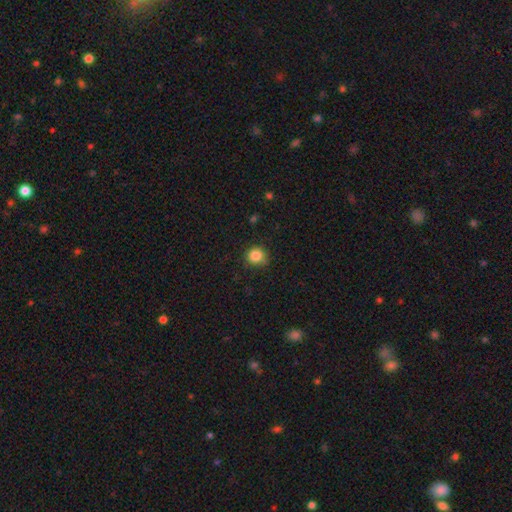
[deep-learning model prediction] Smooth or featured?
  - smooth: 85% *
  - star or artifact: 11%
  - featured or disk: 4%
How rounded?
  - round: 91% *
  - in between: 8%
  - cigar-shaped: 1%
Merging?
  - none: 84% *
  - minor disturbance: 12%
  - major disturbance: 3%
  - merger: 1%